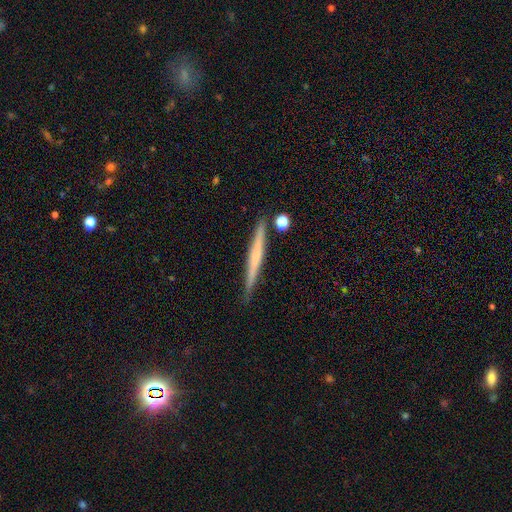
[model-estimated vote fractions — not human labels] A featured or disk galaxy (53%) viewed edge-on (97%) with no central bulge (65%).

Vote fractions:
- Smooth or featured? featured or disk: 53% / smooth: 41% / star or artifact: 6%
- Edge-on disk? yes: 97% / no: 3%
- Edge-on bulge? none: 65% / rounded: 24% / boxy: 11%
- Merging? none: 86% / minor disturbance: 9% / merger: 3% / major disturbance: 2%